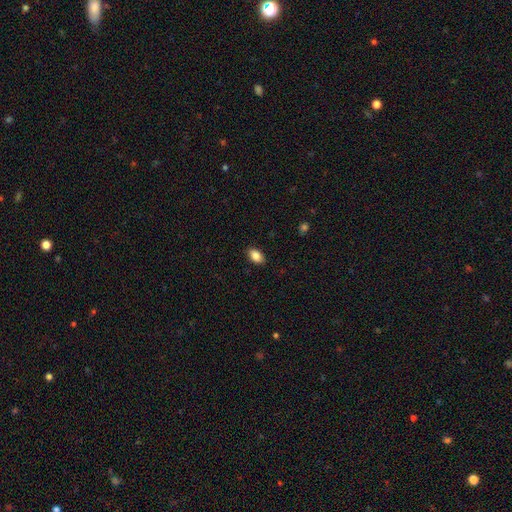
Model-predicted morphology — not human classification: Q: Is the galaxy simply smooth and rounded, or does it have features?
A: smooth — 86%.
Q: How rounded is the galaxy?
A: in between — 90%.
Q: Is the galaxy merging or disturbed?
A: none — 89%.